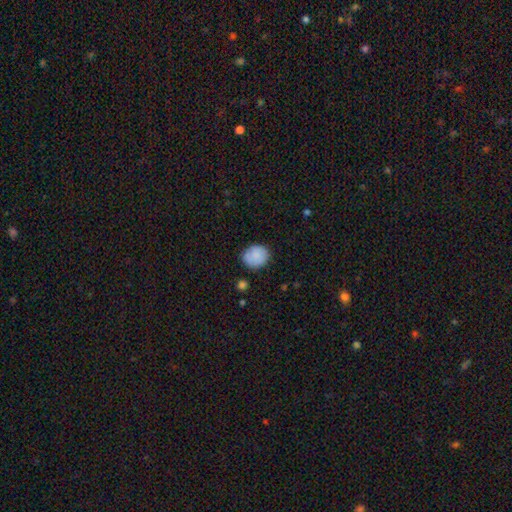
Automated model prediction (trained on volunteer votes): A smooth galaxy with no disk features (85%) that is round (64%).

Vote fractions:
- Smooth or featured? smooth: 85% / featured or disk: 8% / star or artifact: 7%
- How rounded? round: 64% / in between: 35% / cigar-shaped: 1%
- Merging? none: 73% / minor disturbance: 19% / major disturbance: 4% / merger: 3%